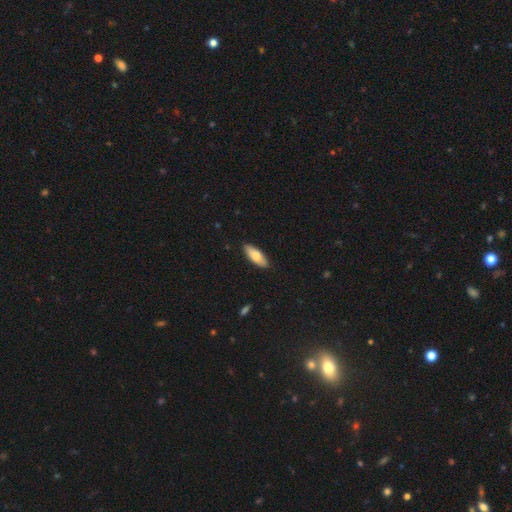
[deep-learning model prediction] A smooth galaxy with no disk features (76%) that is in between round and cigar-shaped (72%).

Vote fractions:
- Smooth or featured? smooth: 76% / featured or disk: 19% / star or artifact: 5%
- How rounded? in between: 72% / cigar-shaped: 26% / round: 2%
- Merging? none: 88% / minor disturbance: 10% / major disturbance: 2% / merger: 1%